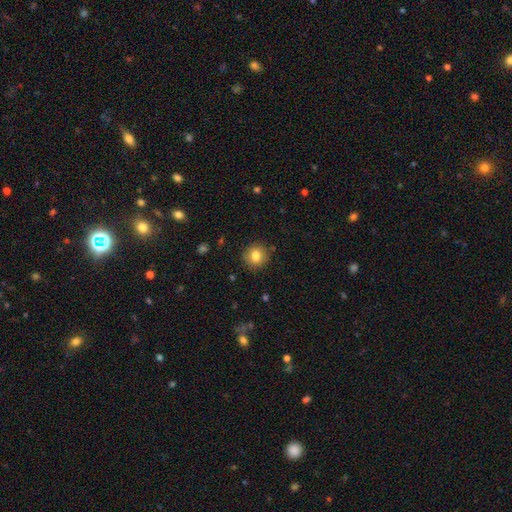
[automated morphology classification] Smooth or featured?
  - smooth: 81% *
  - star or artifact: 10%
  - featured or disk: 8%
How rounded?
  - round: 89% *
  - in between: 10%
  - cigar-shaped: 1%
Merging?
  - none: 88% *
  - minor disturbance: 9%
  - major disturbance: 2%
  - merger: 1%